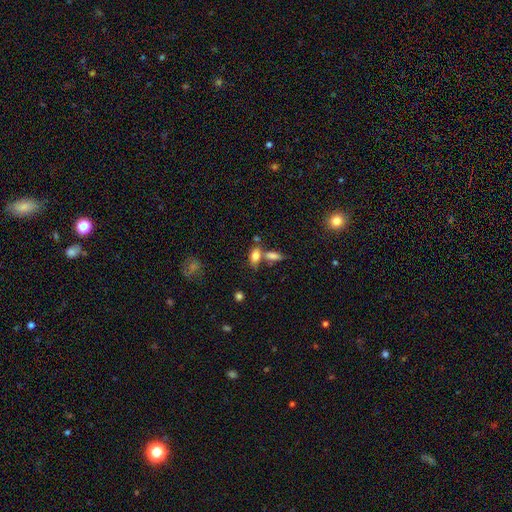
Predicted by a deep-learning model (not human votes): Smooth or featured?
  - smooth: 79% *
  - featured or disk: 12%
  - star or artifact: 9%
How rounded?
  - in between: 85% *
  - cigar-shaped: 8%
  - round: 6%
Merging?
  - none: 46% *
  - merger: 37%
  - minor disturbance: 12%
  - major disturbance: 5%